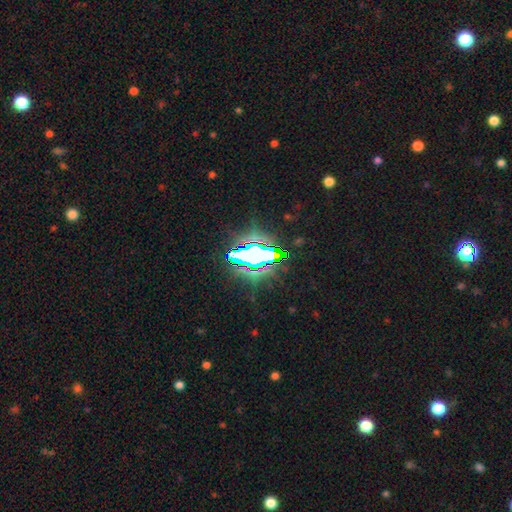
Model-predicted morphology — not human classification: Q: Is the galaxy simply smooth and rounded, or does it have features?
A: star or artifact — 71%.